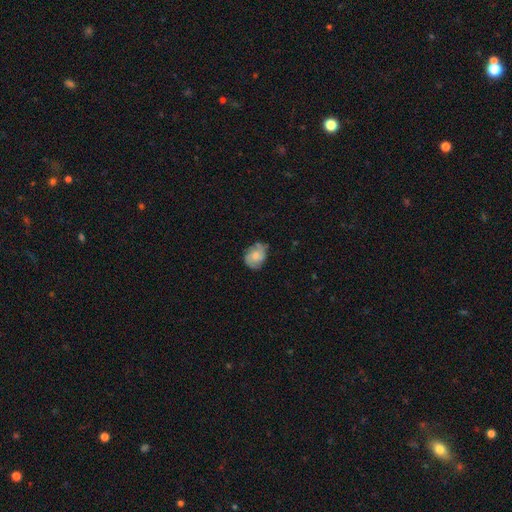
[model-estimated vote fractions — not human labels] The model was most divided on "how rounded": in between: 55%, round: 43%, cigar-shaped: 1%. More confident: merging — none (60%); smooth or featured — smooth (53%).